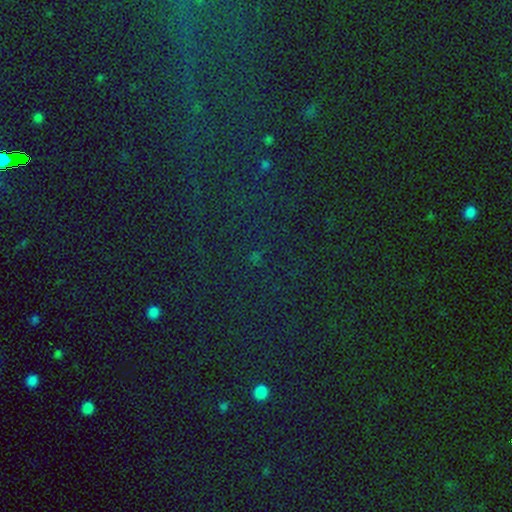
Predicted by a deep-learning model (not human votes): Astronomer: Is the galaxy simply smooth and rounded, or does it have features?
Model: star or artifact — 81%.